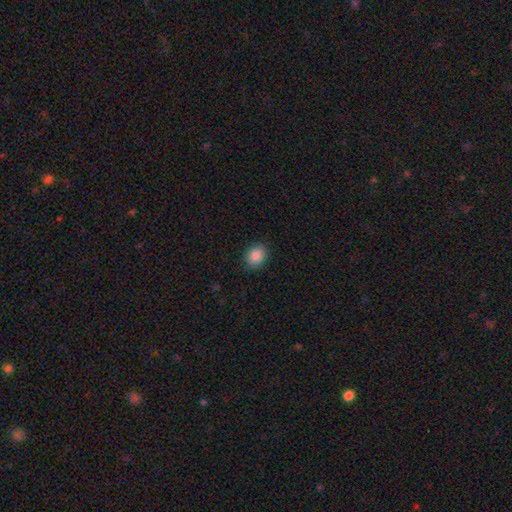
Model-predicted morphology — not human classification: A smooth galaxy with no disk features (88%) that is round (52%).

Vote fractions:
- Smooth or featured? smooth: 88% / star or artifact: 8% / featured or disk: 3%
- How rounded? round: 52% / in between: 47% / cigar-shaped: 1%
- Merging? none: 88% / minor disturbance: 9% / major disturbance: 2% / merger: 1%